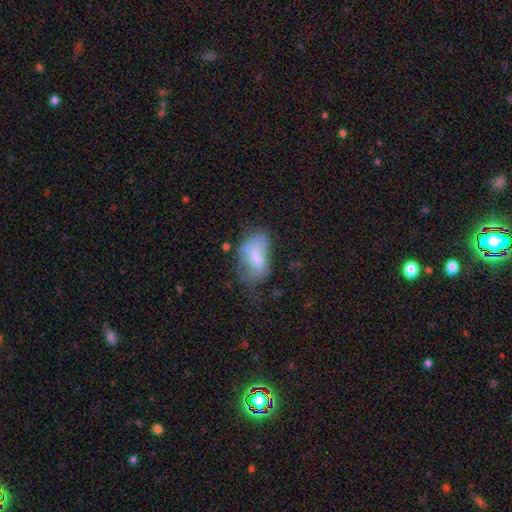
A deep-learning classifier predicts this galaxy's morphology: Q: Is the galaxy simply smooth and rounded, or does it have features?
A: smooth — 59%.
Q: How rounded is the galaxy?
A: in between — 90%.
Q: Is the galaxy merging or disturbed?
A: minor disturbance — 33%.